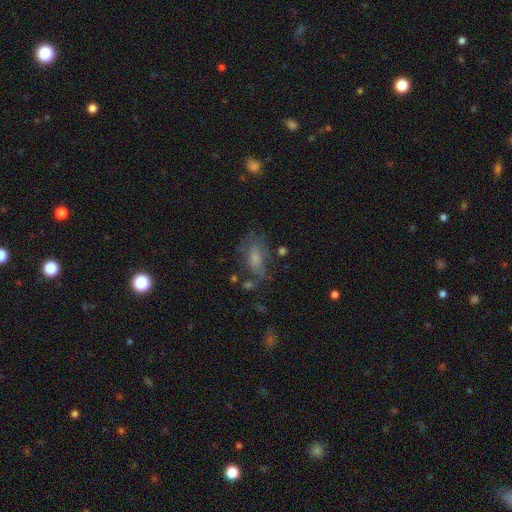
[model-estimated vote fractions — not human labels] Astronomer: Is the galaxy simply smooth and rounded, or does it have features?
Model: smooth — 50% (runner-up: featured or disk, 34%).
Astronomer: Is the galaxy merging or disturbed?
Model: none — 52%.